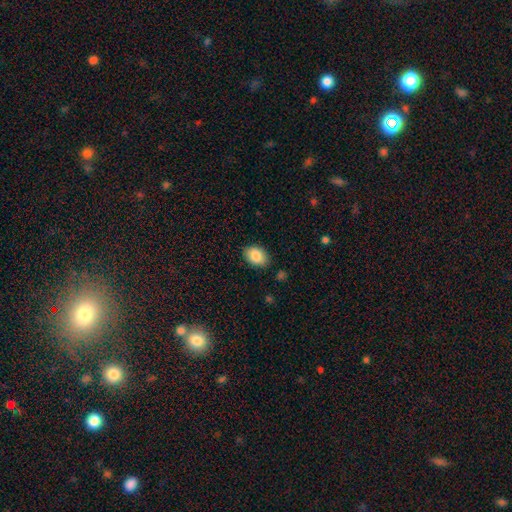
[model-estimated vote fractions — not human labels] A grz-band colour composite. It shows a smooth galaxy with no disk features (87%) that is in between round and cigar-shaped (82%). Merging: none (85%).